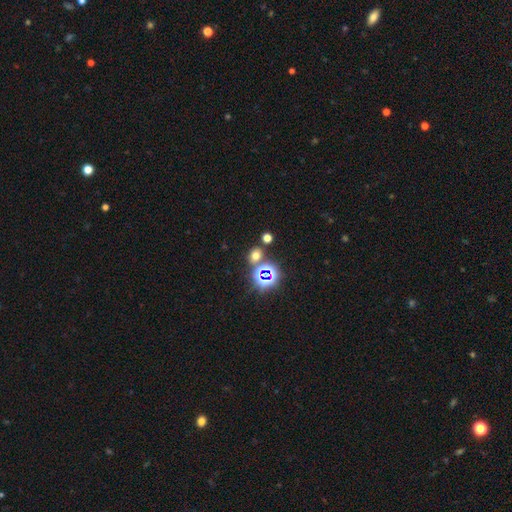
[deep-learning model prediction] A smooth galaxy with no disk features (56%) that is round (62%). Merging: none (76%).